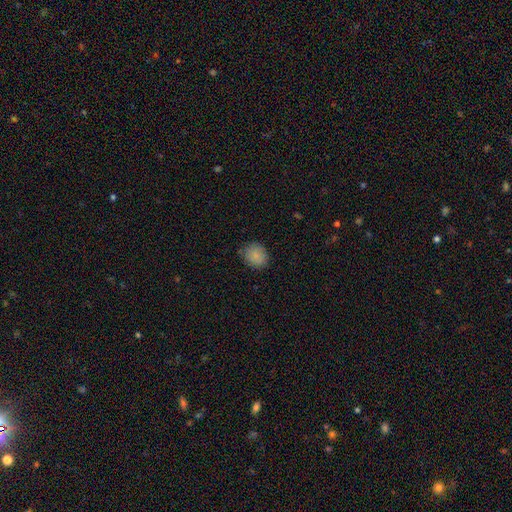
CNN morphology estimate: Q: Smooth or featured?
A: smooth (86%); runner-up: star or artifact (9%)
Q: How rounded?
A: round (70%); runner-up: in between (29%)
Q: Merging?
A: none (81%); runner-up: minor disturbance (15%)